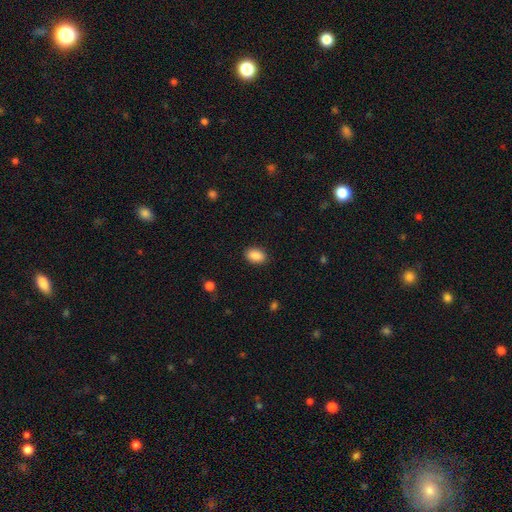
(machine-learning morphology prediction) smooth-or-featured: smooth: 88% | star or artifact: 8% | featured or disk: 4%
  how-rounded: in between: 86% | round: 12% | cigar-shaped: 1%
  merging: none: 89% | minor disturbance: 8% | major disturbance: 2% | merger: 1%